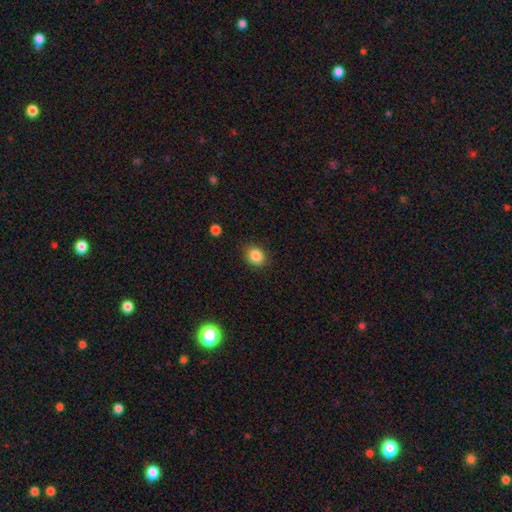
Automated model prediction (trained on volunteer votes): This appears to be a smooth galaxy with no disk features (86%) that is round (62%). Merging: none (87%).